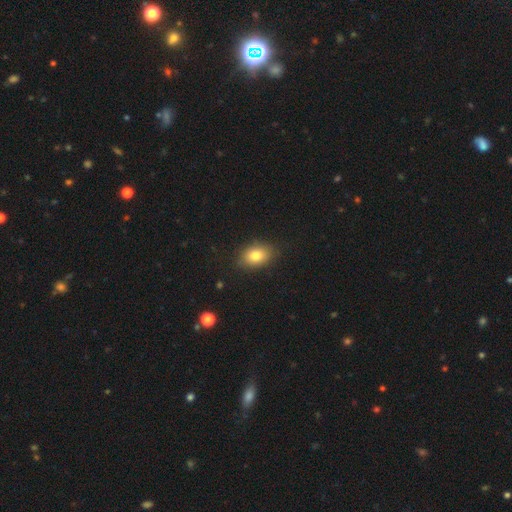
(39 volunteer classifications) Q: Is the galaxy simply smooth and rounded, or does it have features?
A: smooth — 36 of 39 (92%).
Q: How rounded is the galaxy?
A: in between — 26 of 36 (72%).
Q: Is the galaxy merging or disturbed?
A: none — 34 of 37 (92%).